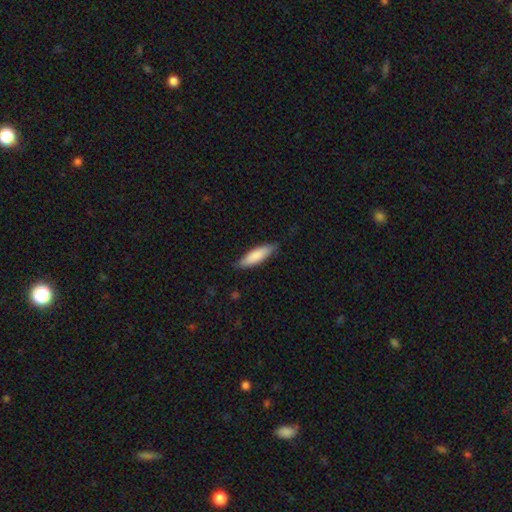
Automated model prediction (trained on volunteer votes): Smooth or featured? Predicted: smooth (p=0.83). How rounded? Predicted: cigar-shaped (p=0.57). Merging? Predicted: none (p=0.80).